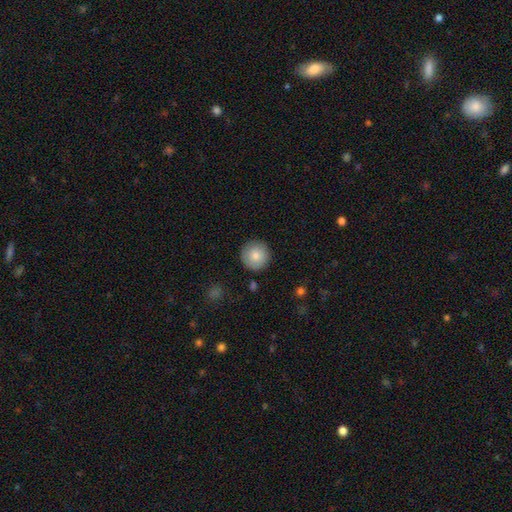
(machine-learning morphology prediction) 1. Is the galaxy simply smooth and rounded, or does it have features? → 83% smooth, 9% featured or disk, 7% star or artifact.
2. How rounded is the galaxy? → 96% round, 3% in between, 1% cigar-shaped.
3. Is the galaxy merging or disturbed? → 89% none, 8% minor disturbance, 2% major disturbance, 1% merger.